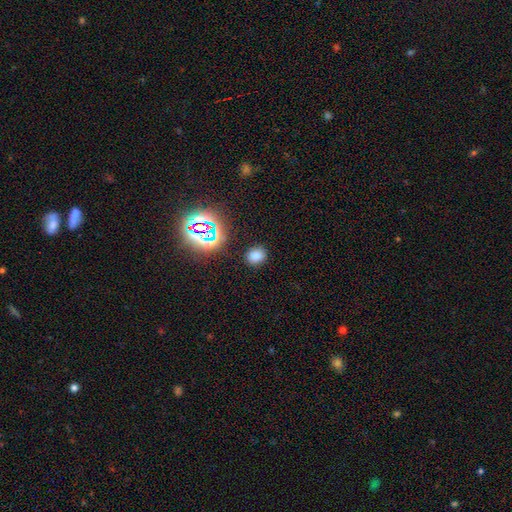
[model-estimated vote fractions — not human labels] A smooth galaxy with no disk features (74%) that is round (63%). Merging: none (86%).